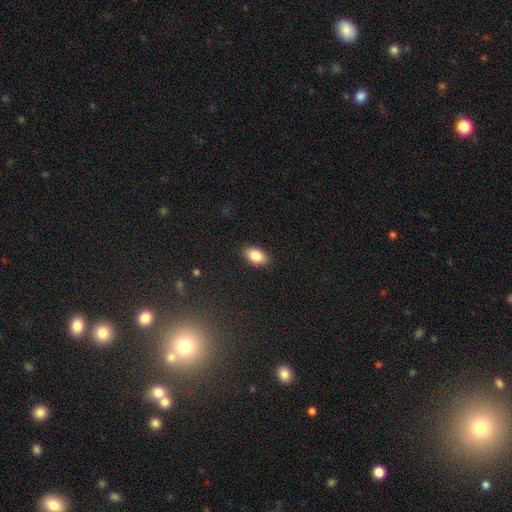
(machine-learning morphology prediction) This is clearly a smooth galaxy (85%). How rounded: clearly in between (91%). Merging: clearly none (87%).